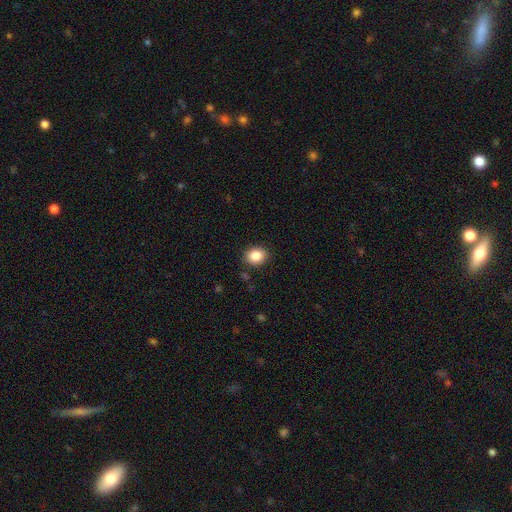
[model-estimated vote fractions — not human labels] This appears to be a smooth galaxy with no disk features (86%) that is round (58%). Merging: none (87%).